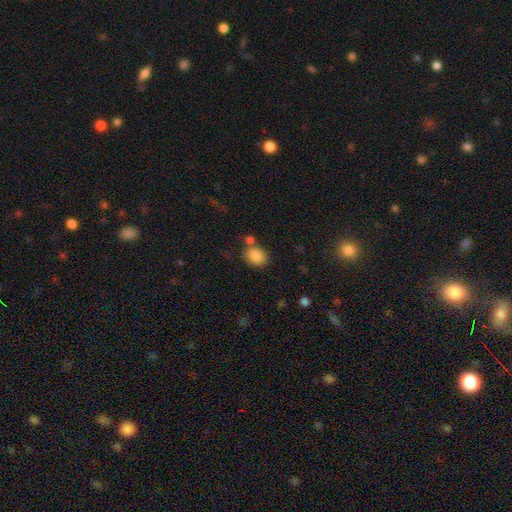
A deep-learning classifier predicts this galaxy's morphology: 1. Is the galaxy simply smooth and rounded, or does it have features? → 86% smooth, 9% star or artifact, 6% featured or disk.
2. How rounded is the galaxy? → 50% round, 49% in between, 1% cigar-shaped.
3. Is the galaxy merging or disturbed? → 69% none, 14% merger, 13% minor disturbance, 4% major disturbance.